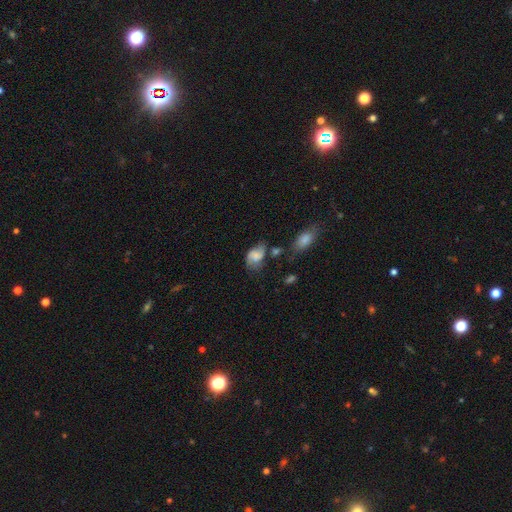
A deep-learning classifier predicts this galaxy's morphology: Smooth or featured: smooth — 54% (featured or disk — 36%)
How rounded: in between — 79% (round — 19%)
Merging: none — 42% (minor disturbance — 30%)